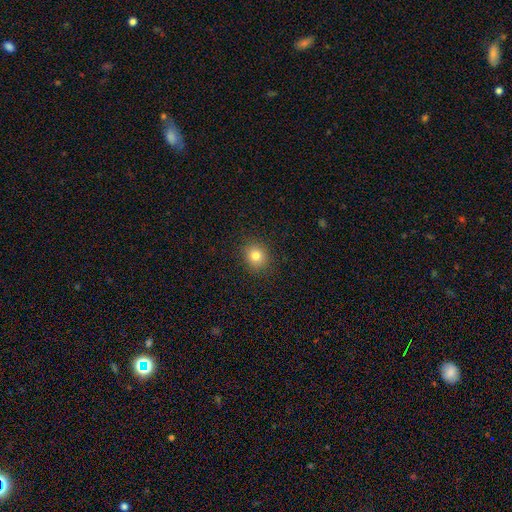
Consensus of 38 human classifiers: smooth-or-featured: smooth: 84% | featured or disk: 8% | star or artifact: 8%
  how-rounded: round: 81% | in between: 19% | cigar-shaped: 0%
  merging: none: 91% | major disturbance: 6% | minor disturbance: 3% | merger: 0%